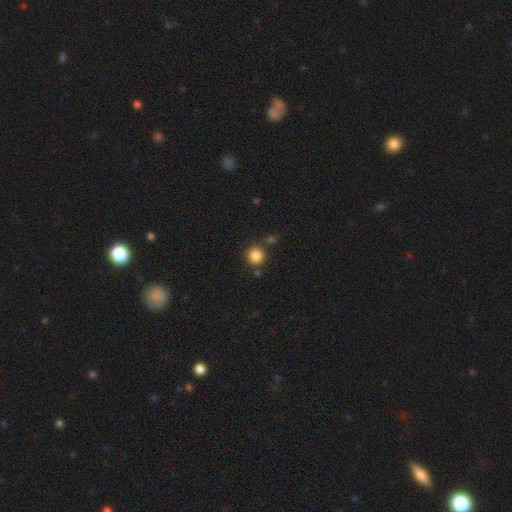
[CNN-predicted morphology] Smooth or featured? Predicted: smooth (p=0.85). How rounded? Predicted: round (p=0.94). Merging? Predicted: none (p=0.79).